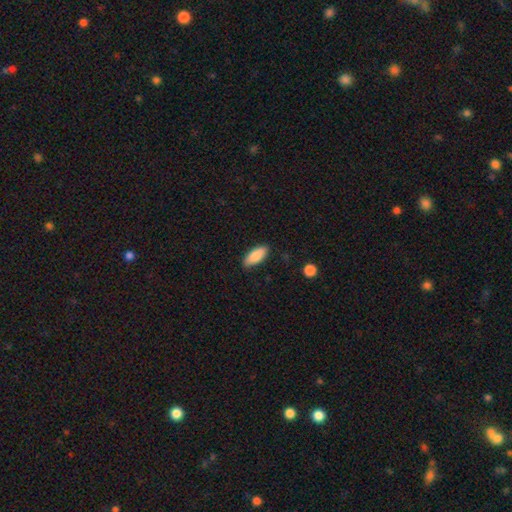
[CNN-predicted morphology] Overall: smooth (87%). How rounded: in between (81%). Merging: none (86%).